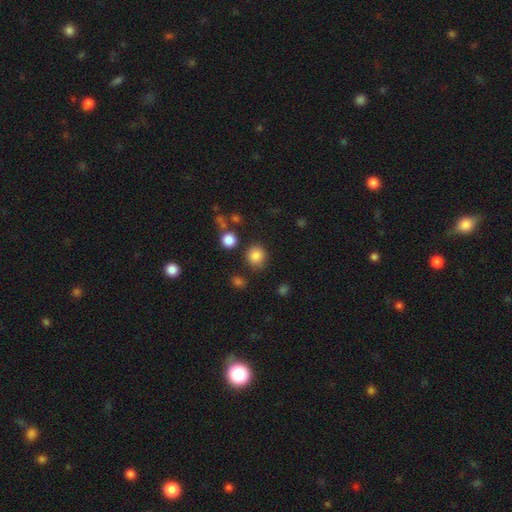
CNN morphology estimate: Overall: smooth (84%). How rounded: round (87%). Merging: none (80%).